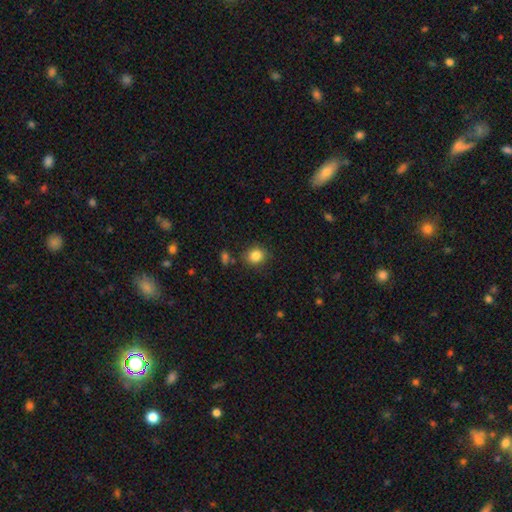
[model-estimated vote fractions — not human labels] Smooth or featured? Predicted: smooth (p=0.84). How rounded? Predicted: round (p=0.78). Merging? Predicted: none (p=0.85).